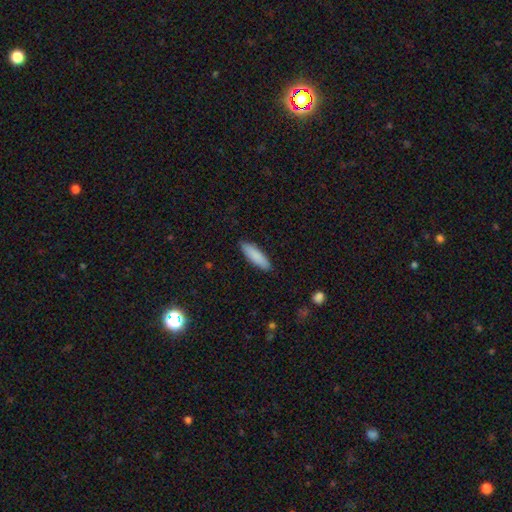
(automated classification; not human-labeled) smooth 87%, featured or disk 7%, star or artifact 5%. Down the decision tree: how rounded — cigar-shaped (60%); merging — none (89%).